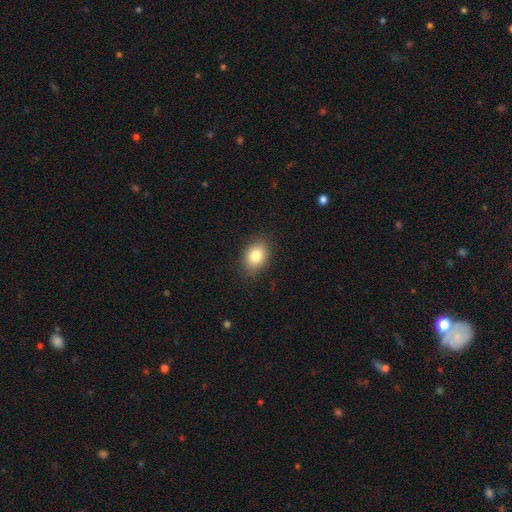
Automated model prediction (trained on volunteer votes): A smooth galaxy with no disk features (82%) that is in between round and cigar-shaped (73%).

Vote fractions:
- Smooth or featured? smooth: 82% / featured or disk: 9% / star or artifact: 9%
- How rounded? in between: 73% / round: 26% / cigar-shaped: 1%
- Merging? none: 86% / minor disturbance: 11% / major disturbance: 3% / merger: 1%